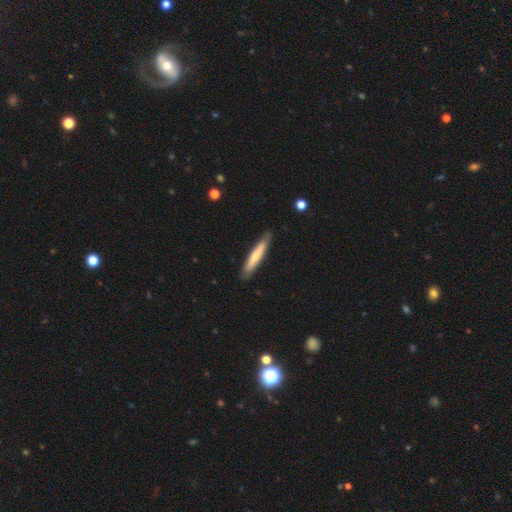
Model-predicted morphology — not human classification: smooth 61%, featured or disk 34%, star or artifact 5%. Down the decision tree: how rounded — cigar-shaped (92%); merging — none (86%).